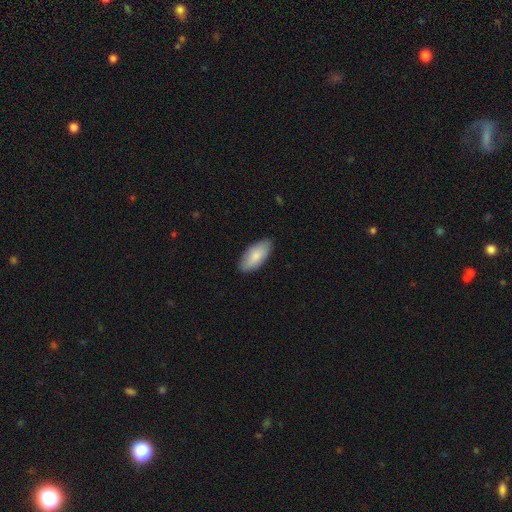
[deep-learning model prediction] smooth_or_featured: smooth (p=0.85) [alt: featured or disk p=0.10]
how_rounded: in between (p=0.90) [alt: cigar-shaped p=0.08]
merging: none (p=0.86) [alt: minor disturbance p=0.11]